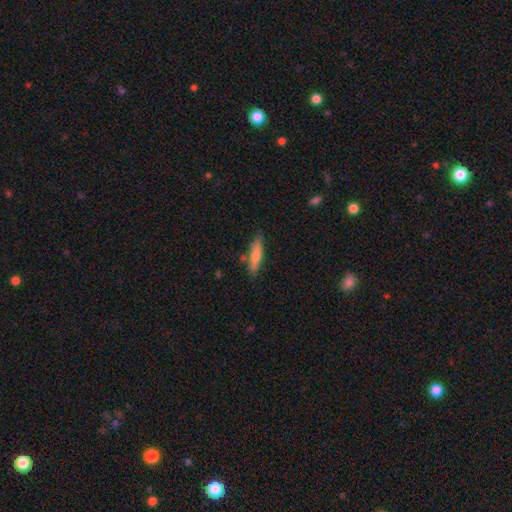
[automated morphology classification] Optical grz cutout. It shows a smooth galaxy with no disk features (66%) that is cigar-shaped (77%). Merging: none (81%).